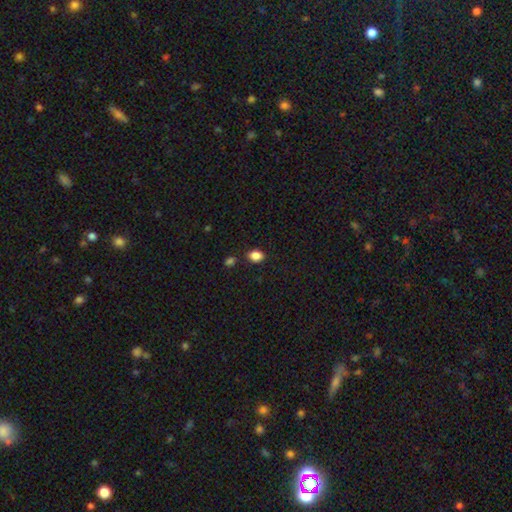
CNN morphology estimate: Q: Smooth or featured?
A: smooth (86%); runner-up: star or artifact (10%)
Q: How rounded?
A: in between (71%); runner-up: round (27%)
Q: Merging?
A: none (80%); runner-up: minor disturbance (12%)